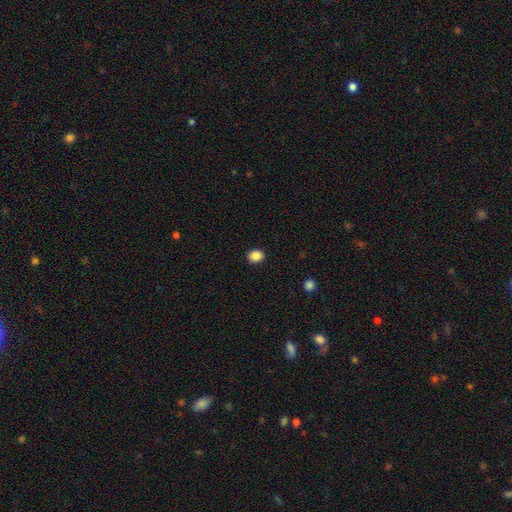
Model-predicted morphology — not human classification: smooth-or-featured: smooth: 87% | star or artifact: 10% | featured or disk: 3%
  how-rounded: round: 62% | in between: 38% | cigar-shaped: 1%
  merging: none: 91% | minor disturbance: 6% | major disturbance: 2% | merger: 1%